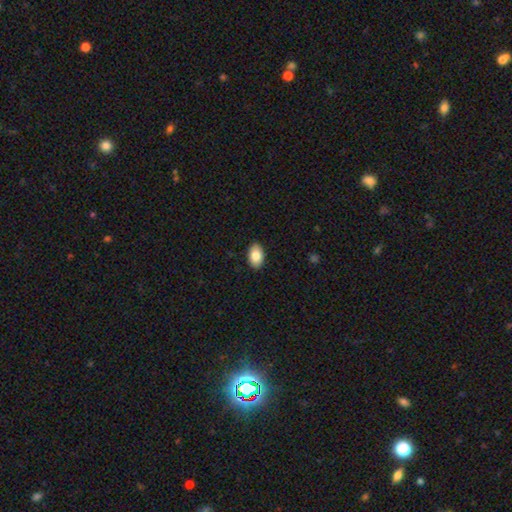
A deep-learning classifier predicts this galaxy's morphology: The model was most divided on "smooth or featured": smooth: 85%, featured or disk: 8%, star or artifact: 7%. More confident: how rounded — in between (91%); merging — none (90%).